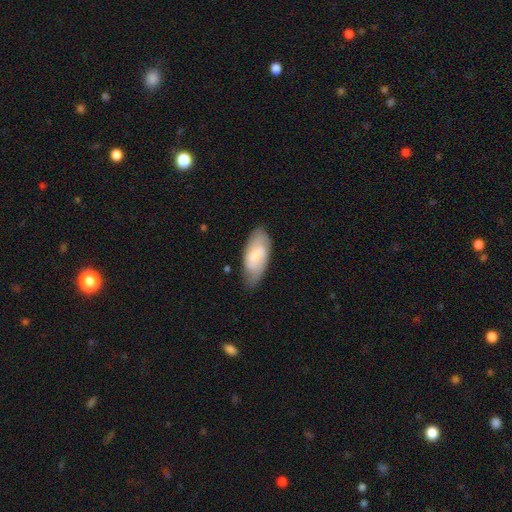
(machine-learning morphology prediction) smooth 53%, featured or disk 41%, star or artifact 6%. Down the decision tree: how rounded — in between (87%); merging — none (72%).